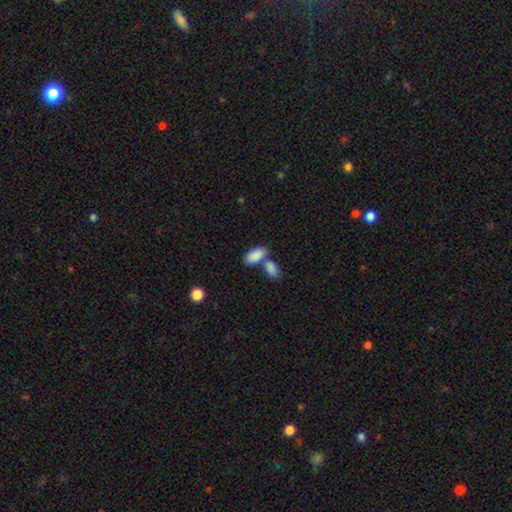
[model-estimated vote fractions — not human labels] This is clearly a smooth galaxy (87%). How rounded: clearly in between (94%). Merging: marginally none (44%).